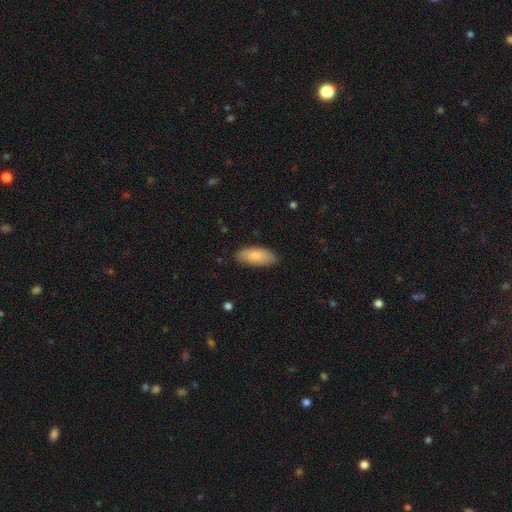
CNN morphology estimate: smooth_or_featured: smooth (p=0.84) [alt: featured or disk p=0.11]
how_rounded: in between (p=0.85) [alt: cigar-shaped p=0.13]
merging: none (p=0.84) [alt: minor disturbance p=0.12]